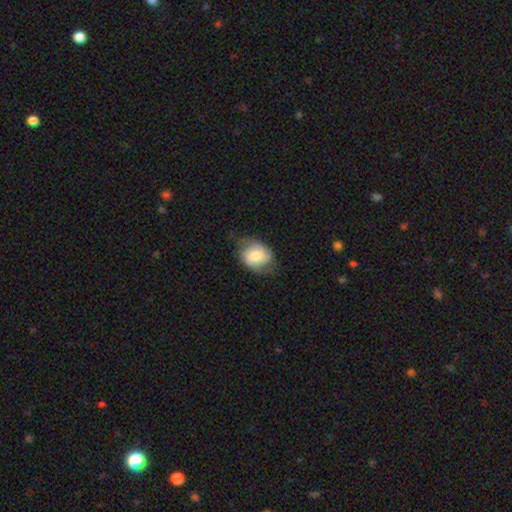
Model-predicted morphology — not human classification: Q: Smooth or featured?
A: smooth (66%); runner-up: featured or disk (27%)
Q: How rounded?
A: in between (57%); runner-up: round (42%)
Q: Merging?
A: none (58%); runner-up: minor disturbance (30%)